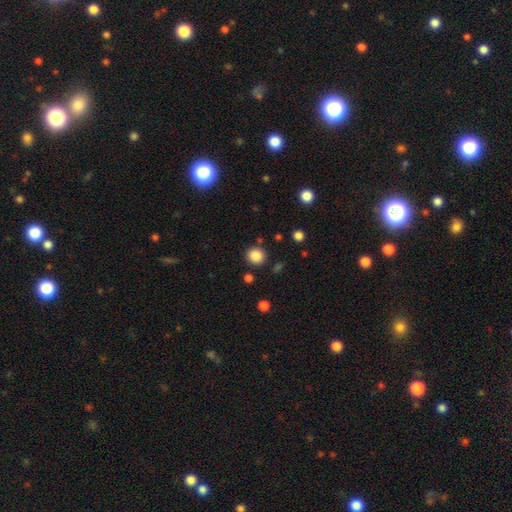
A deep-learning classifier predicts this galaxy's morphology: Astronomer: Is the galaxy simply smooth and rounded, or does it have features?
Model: smooth — 85%.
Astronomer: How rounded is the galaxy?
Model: round — 89%.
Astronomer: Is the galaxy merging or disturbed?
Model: none — 87%.